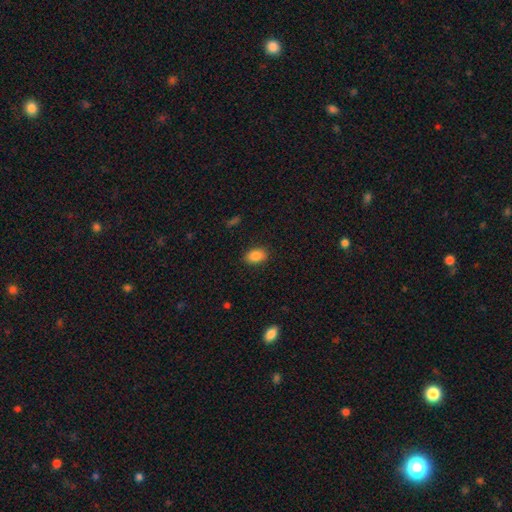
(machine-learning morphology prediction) This is clearly a smooth galaxy (86%). How rounded: clearly in between (86%). Merging: clearly none (88%).